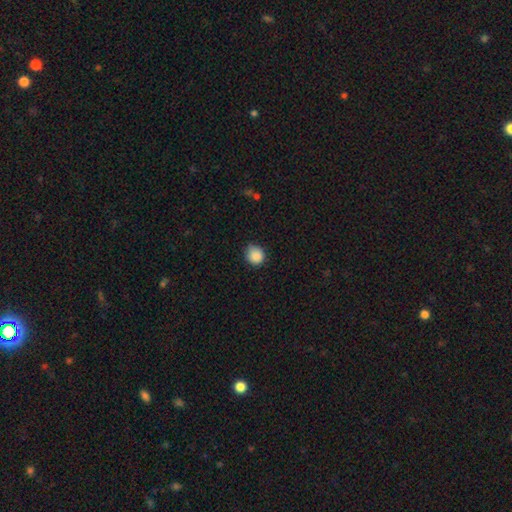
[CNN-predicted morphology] Smooth or featured? Predicted: smooth (p=0.88). How rounded? Predicted: round (p=0.85). Merging? Predicted: none (p=0.68).